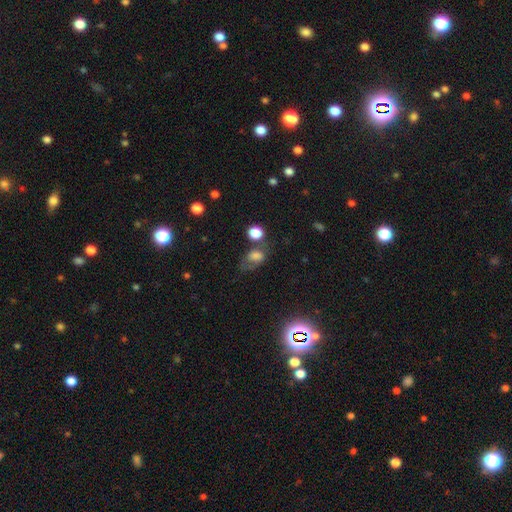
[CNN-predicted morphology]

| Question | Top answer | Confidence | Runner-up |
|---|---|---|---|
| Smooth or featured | smooth | 70% | star or artifact (15%) |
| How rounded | in between | 71% | round (27%) |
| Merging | none | 35% | minor disturbance (24%) |